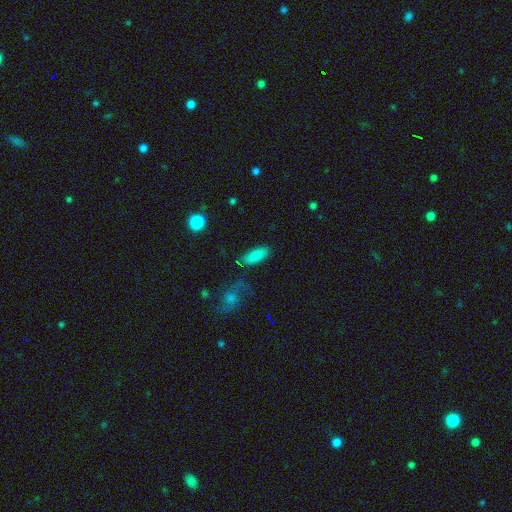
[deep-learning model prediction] This appears to be a smooth galaxy with no disk features (85%) that is in between round and cigar-shaped (80%). Merging: none (78%).